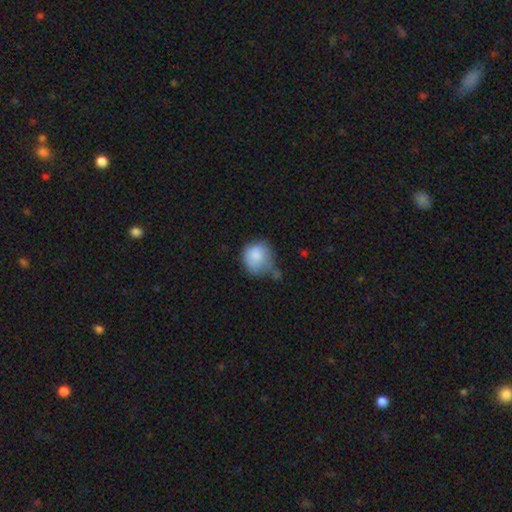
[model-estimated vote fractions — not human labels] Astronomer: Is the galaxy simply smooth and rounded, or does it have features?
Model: smooth — 84%.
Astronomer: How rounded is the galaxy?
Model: round — 76%.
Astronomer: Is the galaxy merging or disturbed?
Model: minor disturbance — 35%, tied with none at 35%.